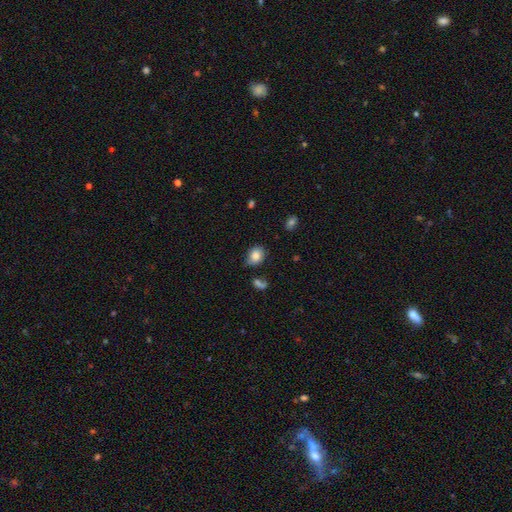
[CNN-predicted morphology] The model was most divided on "how rounded": in between: 52%, round: 47%, cigar-shaped: 1%. More confident: smooth or featured — smooth (82%); merging — none (63%).